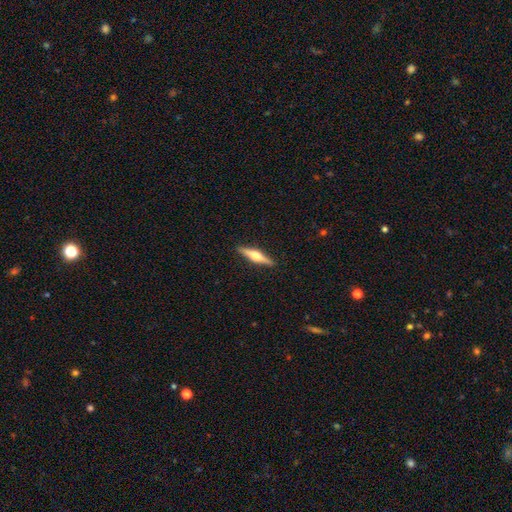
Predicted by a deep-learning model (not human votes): smooth_or_featured: featured or disk (p=0.67) [alt: smooth p=0.28]
disk_edge_on: yes (p=0.97) [alt: no p=0.03]
edge_on_bulge: rounded (p=0.95) [alt: boxy p=0.03]
merging: none (p=0.91) [alt: minor disturbance p=0.06]